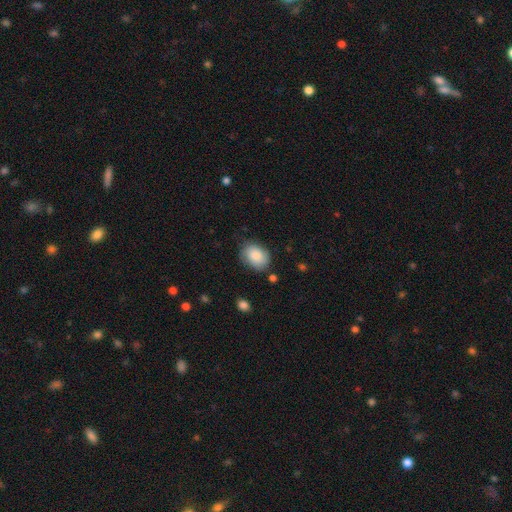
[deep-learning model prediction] This is clearly a smooth galaxy (82%). How rounded: likely in between (67%). Merging: likely none (71%).